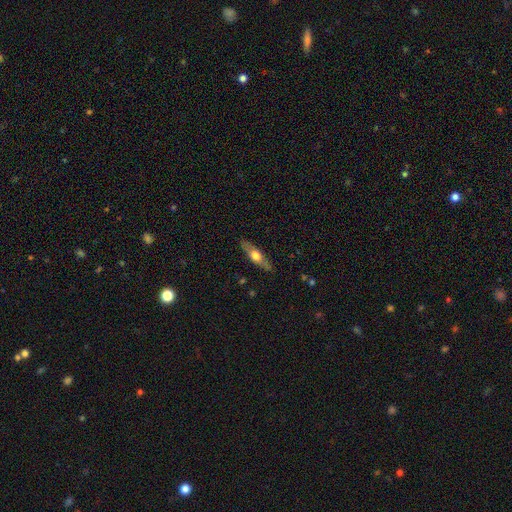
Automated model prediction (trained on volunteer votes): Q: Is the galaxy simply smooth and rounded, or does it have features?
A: featured or disk — 52%.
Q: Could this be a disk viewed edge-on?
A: yes — 82%.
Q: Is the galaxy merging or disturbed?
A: none — 86%.